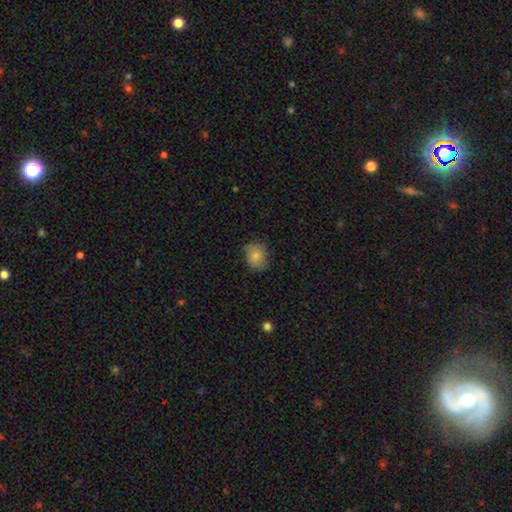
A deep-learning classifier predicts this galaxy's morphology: A smooth galaxy with no disk features (80%) that is round (66%). Merging: none (70%).